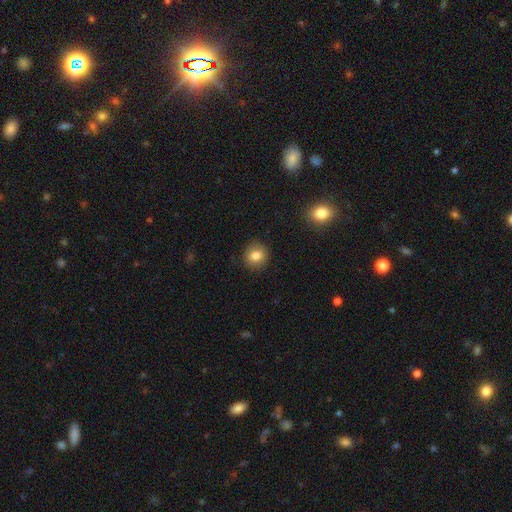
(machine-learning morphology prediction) This appears to be a smooth galaxy with no disk features (82%) that is round (78%). Merging: none (89%).